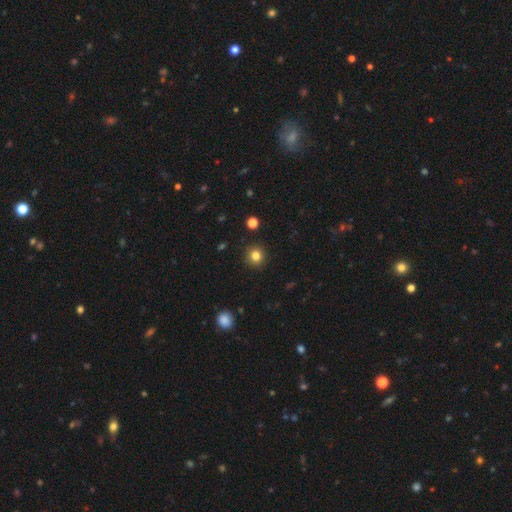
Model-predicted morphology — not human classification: smooth 82%, star or artifact 12%, featured or disk 6%. Down the decision tree: how rounded — round (93%); merging — none (92%).